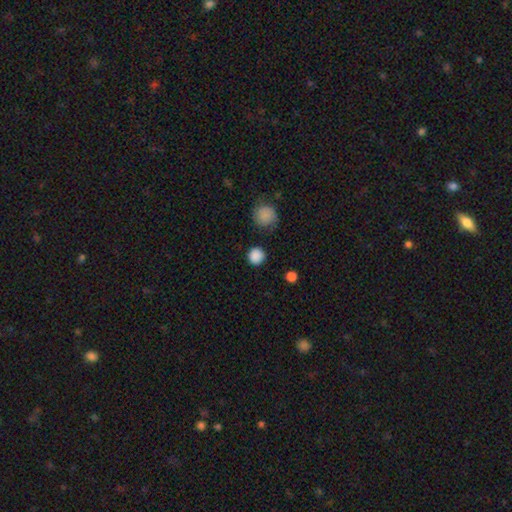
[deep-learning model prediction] A smooth galaxy with no disk features (86%) that is round (93%). Merging: none (86%).